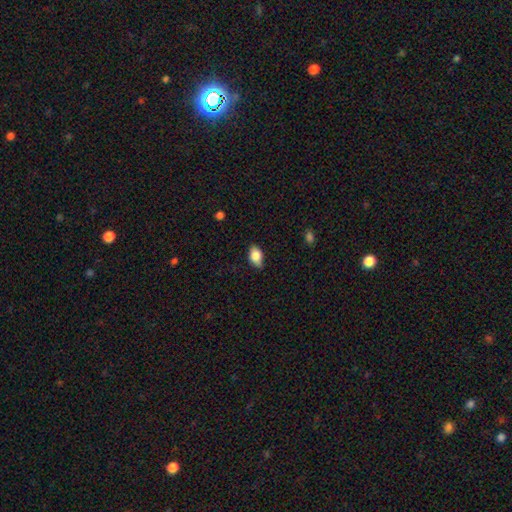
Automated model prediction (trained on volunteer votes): Smooth or featured? Predicted: smooth (p=0.81). How rounded? Predicted: in between (p=0.88). Merging? Predicted: none (p=0.77).